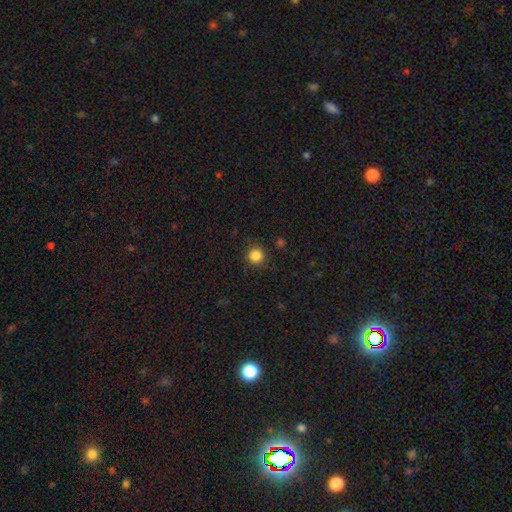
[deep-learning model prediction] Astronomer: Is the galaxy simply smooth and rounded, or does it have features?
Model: smooth — 85%.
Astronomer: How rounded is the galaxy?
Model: round — 94%.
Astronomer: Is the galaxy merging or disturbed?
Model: none — 89%.